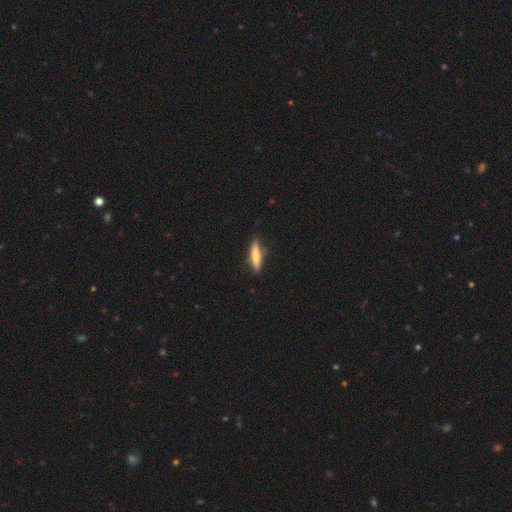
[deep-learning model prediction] Overall: smooth (70%). How rounded: cigar-shaped (81%). Merging: none (86%).